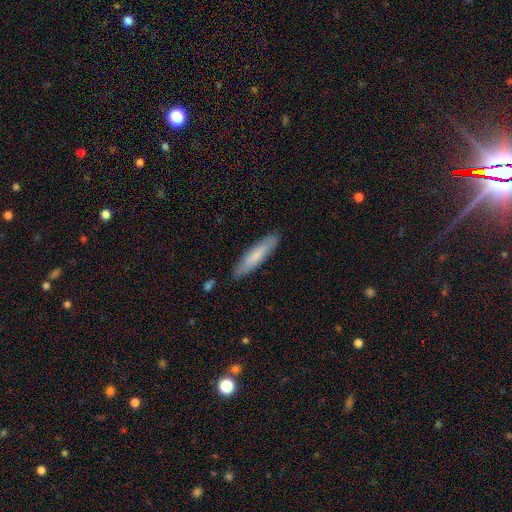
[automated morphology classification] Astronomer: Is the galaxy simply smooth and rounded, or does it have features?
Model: smooth — 72%.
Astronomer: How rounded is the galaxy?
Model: cigar-shaped — 81%.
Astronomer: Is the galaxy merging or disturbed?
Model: none — 87%.